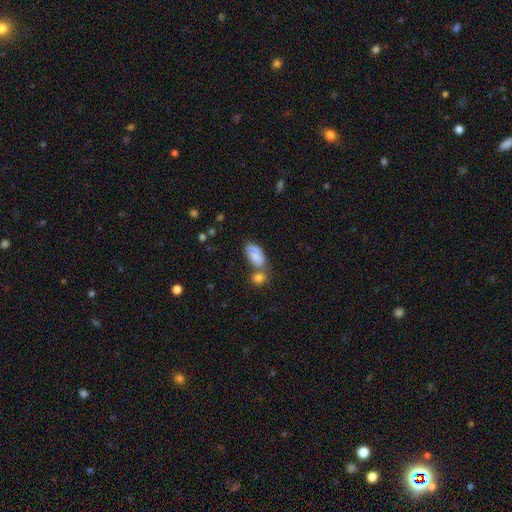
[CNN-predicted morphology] Q: Smooth or featured?
A: smooth (80%); runner-up: featured or disk (12%)
Q: How rounded?
A: in between (91%); runner-up: round (5%)
Q: Merging?
A: none (40%); runner-up: merger (38%)